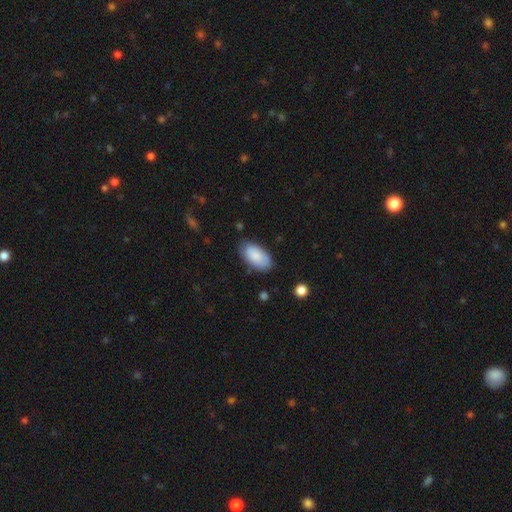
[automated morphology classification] Smooth or featured? Predicted: smooth (p=0.84). How rounded? Predicted: in between (p=0.95). Merging? Predicted: none (p=0.76).